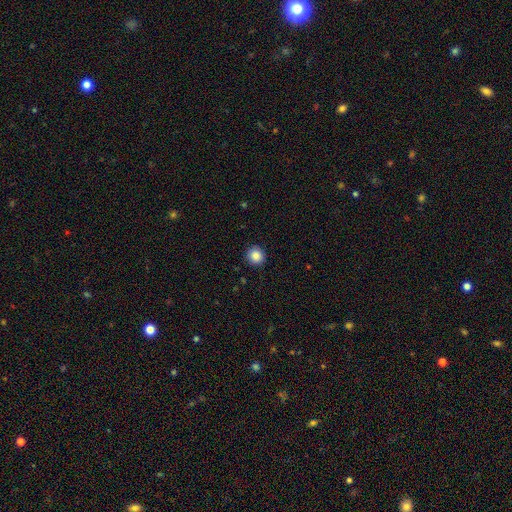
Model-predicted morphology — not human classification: This appears to be a smooth galaxy with no disk features (86%) that is round (94%). Merging: none (92%).